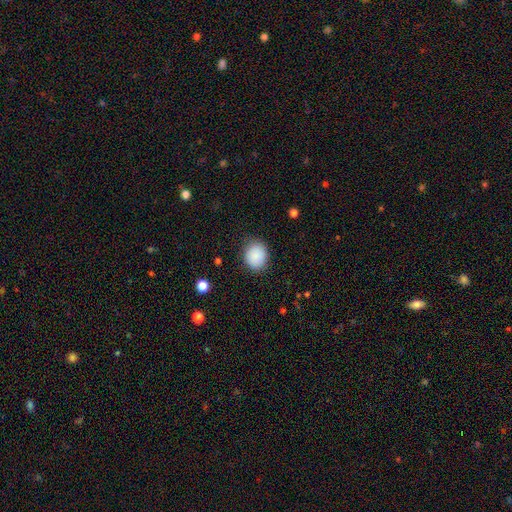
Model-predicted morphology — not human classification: Smooth or featured?
  - smooth: 88% *
  - star or artifact: 8%
  - featured or disk: 4%
How rounded?
  - round: 65% *
  - in between: 34%
  - cigar-shaped: 1%
Merging?
  - none: 84% *
  - minor disturbance: 11%
  - major disturbance: 3%
  - merger: 1%